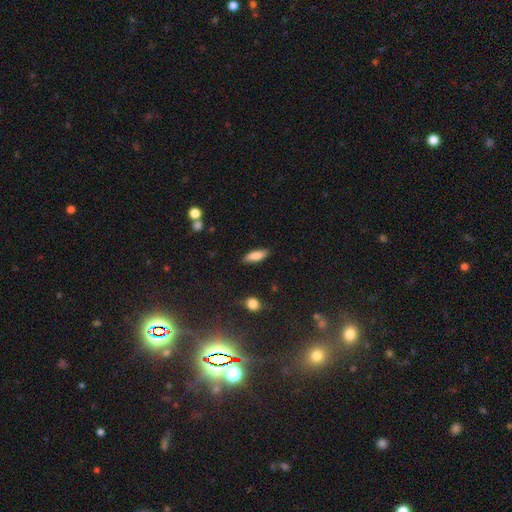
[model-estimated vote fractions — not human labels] Smooth or featured? Predicted: smooth (p=0.83). How rounded? Predicted: in between (p=0.62). Merging? Predicted: none (p=0.85).